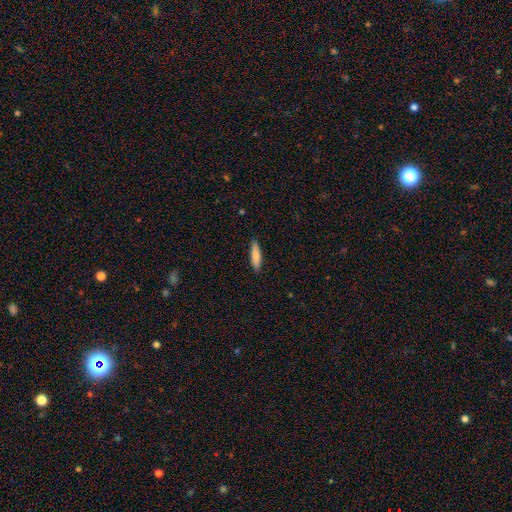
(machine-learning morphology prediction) smooth-or-featured: smooth: 82% | featured or disk: 13% | star or artifact: 6%
  how-rounded: cigar-shaped: 75% | in between: 23% | round: 1%
  merging: none: 89% | minor disturbance: 8% | major disturbance: 2% | merger: 1%